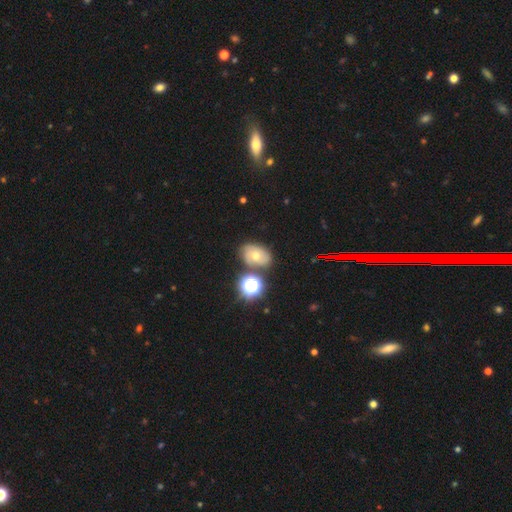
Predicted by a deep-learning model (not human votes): Smooth or featured?
  - smooth: 39% *
  - featured or disk: 31%
  - star or artifact: 30%
Merging?
  - none: 73% *
  - minor disturbance: 13%
  - merger: 9%
  - major disturbance: 4%